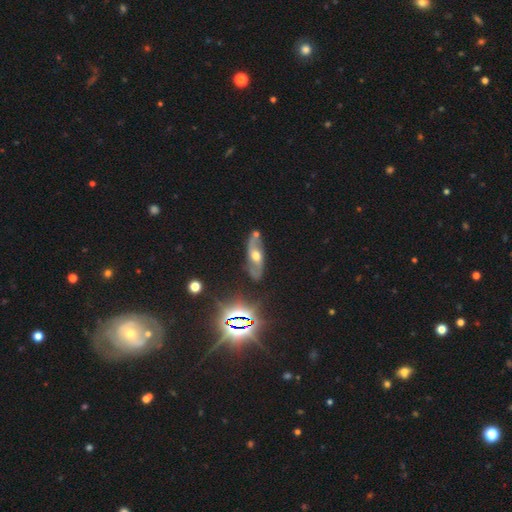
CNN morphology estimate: featured or disk 68%, smooth 19%, star or artifact 13%. Down the decision tree: edge-on disk — no (82%); bar — no (57%); spiral arms — yes (81%); bulge size — moderate (72%); merging — none (71%).